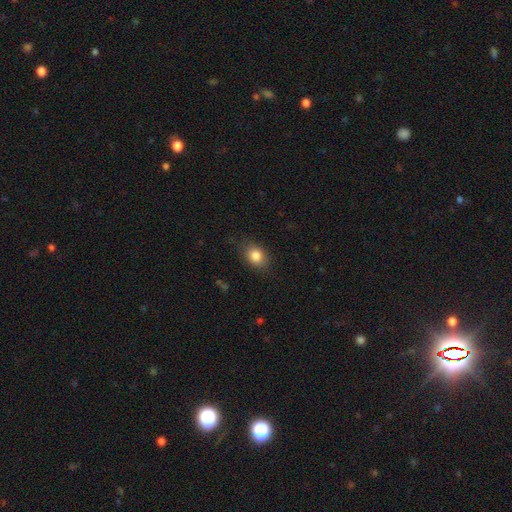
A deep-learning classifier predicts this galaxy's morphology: This is clearly a smooth galaxy (84%). How rounded: likely in between (65%). Merging: likely none (80%).